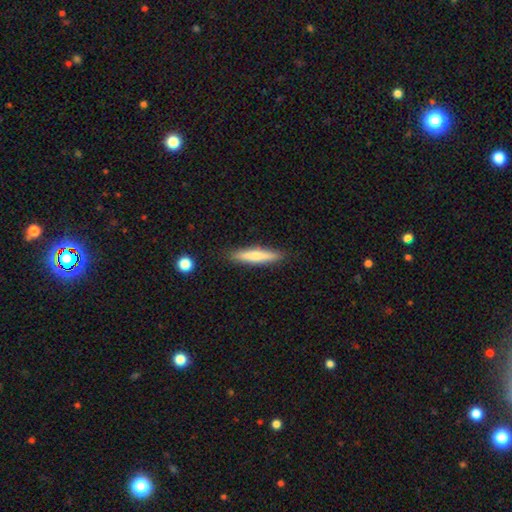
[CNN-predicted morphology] Smooth or featured? Predicted: smooth (p=0.68). How rounded? Predicted: cigar-shaped (p=0.89). Merging? Predicted: none (p=0.89).